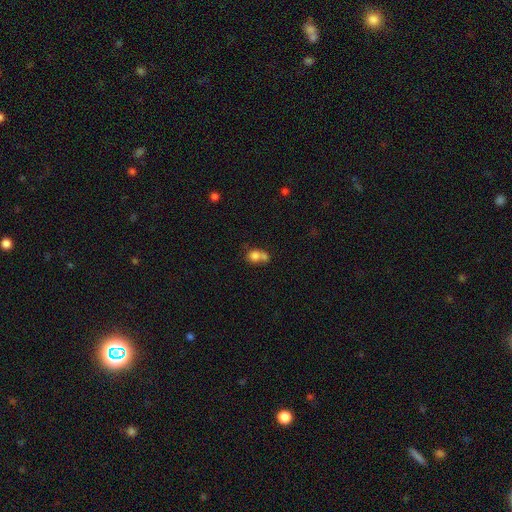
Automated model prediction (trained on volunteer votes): smooth 77%, featured or disk 13%, star or artifact 10%. Down the decision tree: how rounded — round (68%); merging — merger (59%).